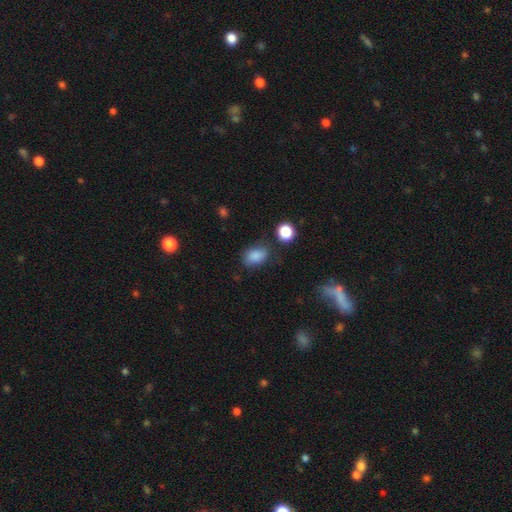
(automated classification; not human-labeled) A smooth galaxy with no disk features (85%) that is in between round and cigar-shaped (81%). Merging: none (68%).